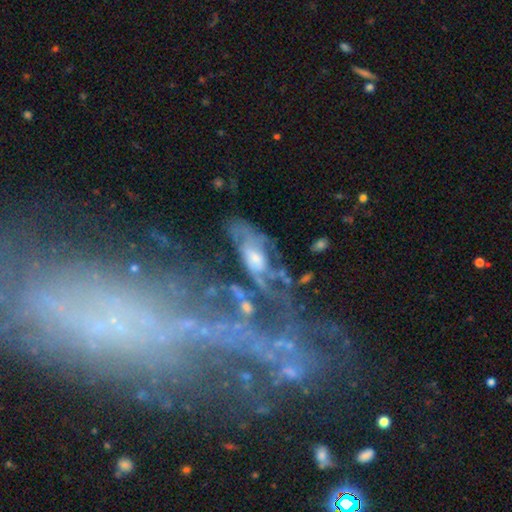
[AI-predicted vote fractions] This appears to be a featured or disk galaxy (68%) with no bar (62%), spiral arms (70%) and a moderate central bulge (42%). Merging: none (43%).